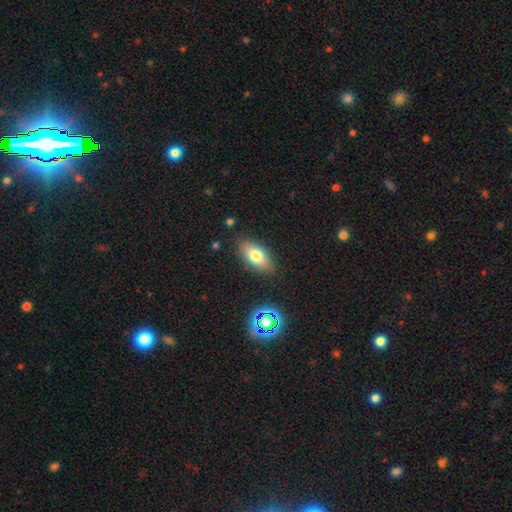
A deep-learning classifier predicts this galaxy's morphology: A smooth galaxy with no disk features (74%) that is in between round and cigar-shaped (89%).

Vote fractions:
- Smooth or featured? smooth: 74% / featured or disk: 16% / star or artifact: 9%
- How rounded? in between: 89% / cigar-shaped: 7% / round: 5%
- Merging? none: 85% / minor disturbance: 11% / major disturbance: 3% / merger: 2%